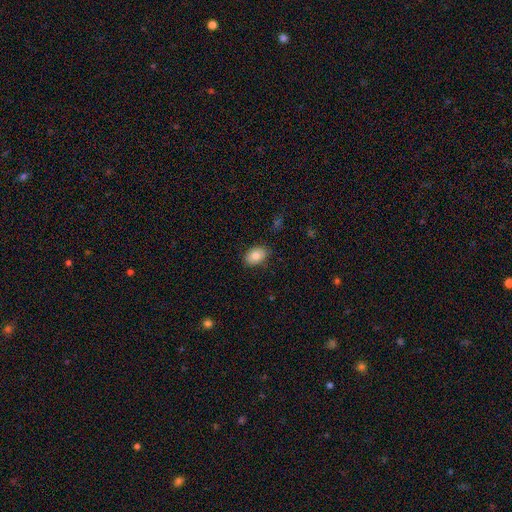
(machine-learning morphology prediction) Q: Smooth or featured?
A: smooth (83%); runner-up: featured or disk (9%)
Q: How rounded?
A: in between (81%); runner-up: round (18%)
Q: Merging?
A: none (85%); runner-up: minor disturbance (11%)